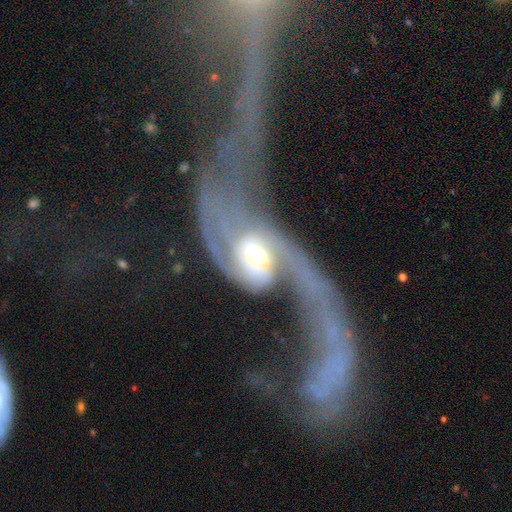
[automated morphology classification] Smooth or featured?
  - featured or disk: 87% *
  - smooth: 7%
  - star or artifact: 6%
Edge-on disk?
  - no: 94% *
  - yes: 6%
Bar?
  - no: 51% *
  - weak: 31%
  - strong: 18%
Spiral arms?
  - yes: 88% *
  - no: 12%
Spiral winding?
  - loose: 85% *
  - medium: 11%
  - tight: 4%
Spiral arm count?
  - 2: 81% *
  - 1: 6%
  - can't tell: 6%
  - 3: 3%
  - 4: 2%
  - more than 4: 2%
Bulge size?
  - moderate: 57% *
  - small: 33%
  - large: 7%
  - dominant: 2%
  - none: 2%
Merging?
  - major disturbance: 52% *
  - merger: 24%
  - none: 15%
  - minor disturbance: 9%